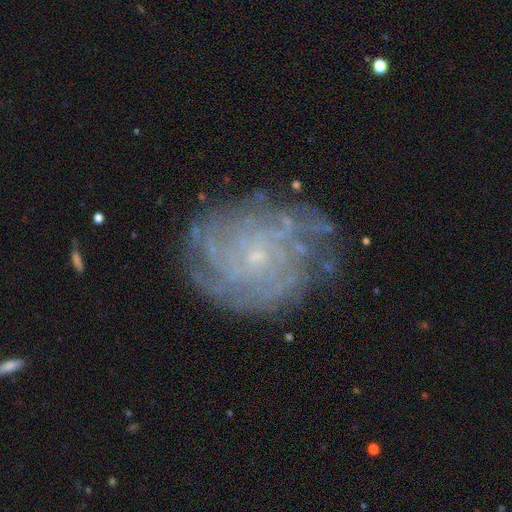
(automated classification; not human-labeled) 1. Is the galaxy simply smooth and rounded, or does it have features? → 82% featured or disk, 10% smooth, 8% star or artifact.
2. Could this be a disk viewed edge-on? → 97% no, 3% yes.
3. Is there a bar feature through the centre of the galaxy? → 80% no, 17% weak, 4% strong.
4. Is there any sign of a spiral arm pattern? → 92% yes, 8% no.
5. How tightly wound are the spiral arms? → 74% tight, 20% medium, 6% loose.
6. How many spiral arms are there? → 38% can't tell, 19% more than 4, 17% 4, 10% 3, 9% 2, 7% 1.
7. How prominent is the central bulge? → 86% small, 9% moderate, 4% none, 1% large, 1% dominant.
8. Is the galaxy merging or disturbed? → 75% none, 16% minor disturbance, 7% major disturbance, 2% merger.